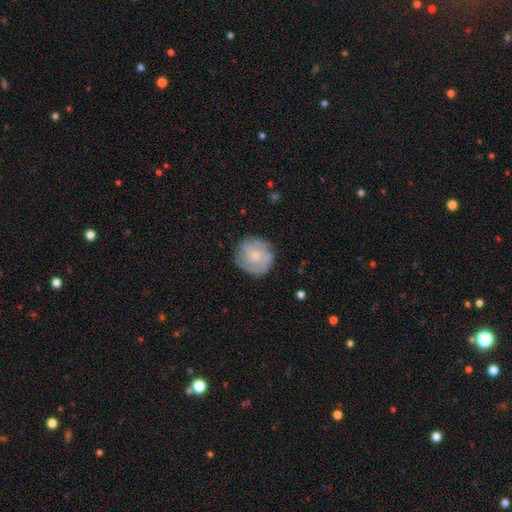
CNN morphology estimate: smooth_or_featured: featured or disk (p=0.59) [alt: smooth p=0.35]
disk_edge_on: no (p=0.98) [alt: yes p=0.02]
bar: no (p=0.77) [alt: weak p=0.20]
has_spiral_arms: yes (p=0.84) [alt: no p=0.16]
bulge_size: small (p=0.51) [alt: moderate p=0.40]
merging: none (p=0.79) [alt: minor disturbance p=0.16]